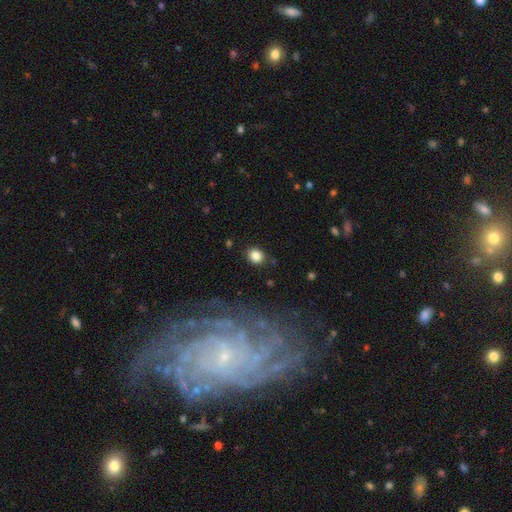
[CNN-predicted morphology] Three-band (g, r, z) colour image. It shows a smooth galaxy with no disk features (85%) that is round (68%). Merging: none (87%).